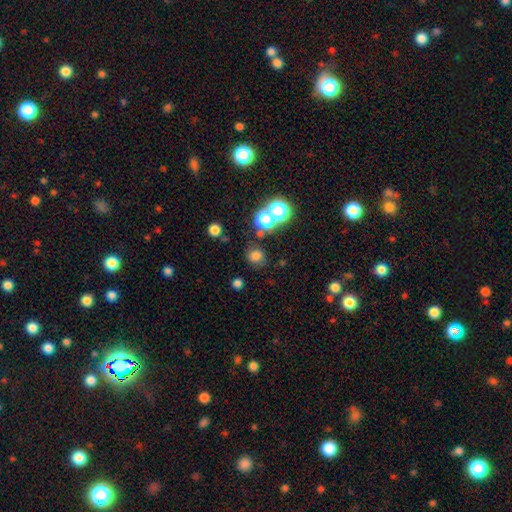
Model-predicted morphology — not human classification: type=smooth (71%); roundness=round (86%); merging=none (77%).